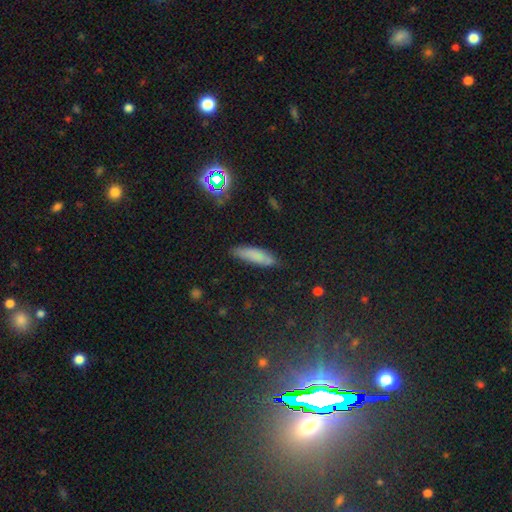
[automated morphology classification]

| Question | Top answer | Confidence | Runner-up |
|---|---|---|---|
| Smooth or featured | smooth | 77% | featured or disk (12%) |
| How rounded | cigar-shaped | 66% | in between (32%) |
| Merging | none | 78% | minor disturbance (16%) |